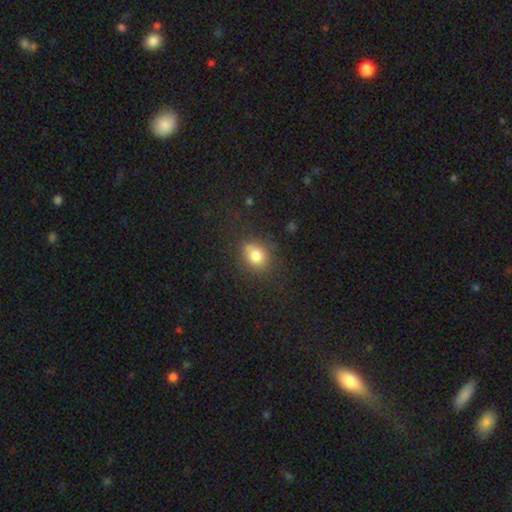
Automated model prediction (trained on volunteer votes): Smooth or featured: smooth — 79% (star or artifact — 11%)
How rounded: round — 54% (in between — 45%)
Merging: none — 73% (minor disturbance — 18%)